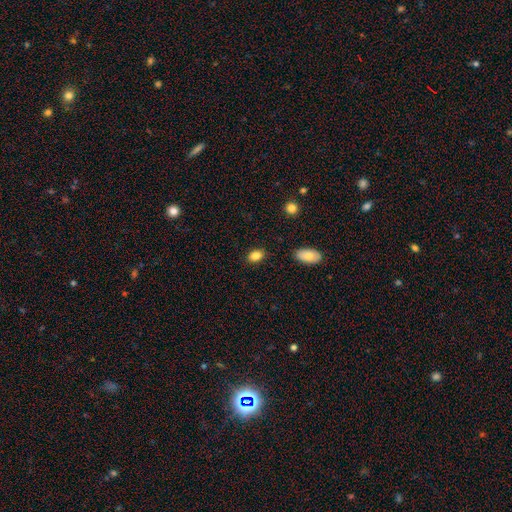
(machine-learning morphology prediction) This appears to be a smooth galaxy with no disk features (84%) that is in between round and cigar-shaped (84%). Merging: none (86%).